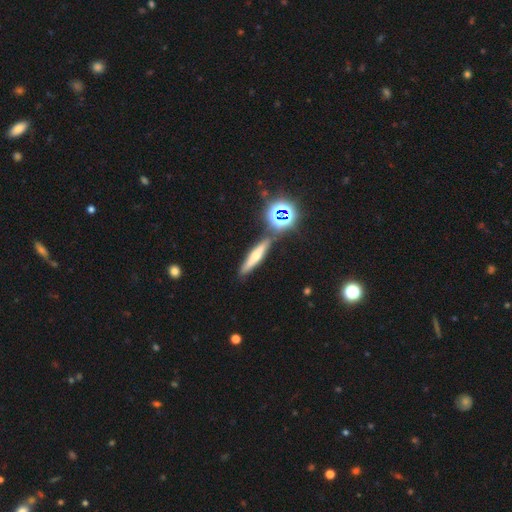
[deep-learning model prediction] smooth_or_featured: smooth (p=0.46) [alt: featured or disk p=0.36]
merging: none (p=0.82) [alt: minor disturbance p=0.09]